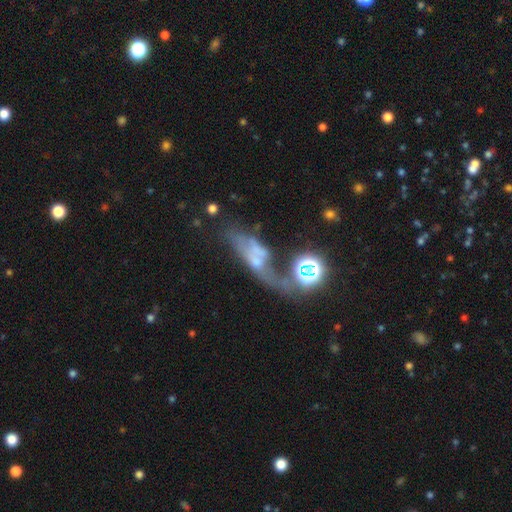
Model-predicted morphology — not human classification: Smooth or featured: featured or disk — 47% (smooth — 35%)
Merging: major disturbance — 32% (merger — 29%)